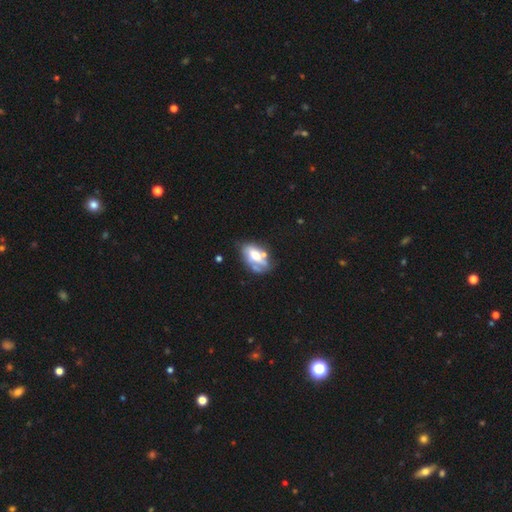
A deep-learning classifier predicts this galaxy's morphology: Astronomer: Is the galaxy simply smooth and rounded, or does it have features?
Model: smooth — 47% (runner-up: featured or disk, 44%).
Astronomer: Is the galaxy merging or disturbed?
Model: none — 37% (runner-up: minor disturbance, 26%).